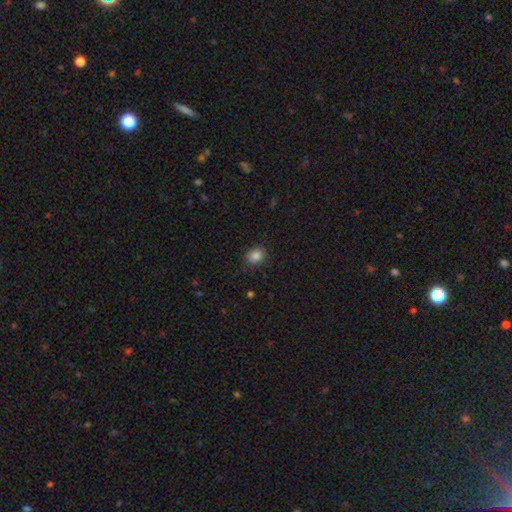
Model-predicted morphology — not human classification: smooth_or_featured: smooth (p=0.86) [alt: star or artifact p=0.10]
how_rounded: round (p=0.56) [alt: in between p=0.43]
merging: none (p=0.83) [alt: minor disturbance p=0.13]